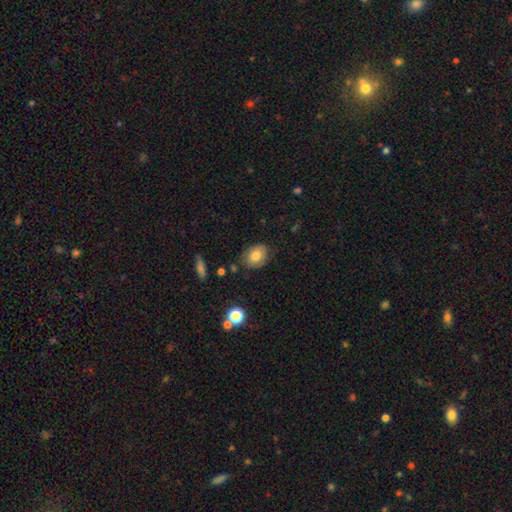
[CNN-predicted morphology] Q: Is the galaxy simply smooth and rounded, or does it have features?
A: smooth — 75%.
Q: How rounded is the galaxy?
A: in between — 63%.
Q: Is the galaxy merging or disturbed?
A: none — 78%.